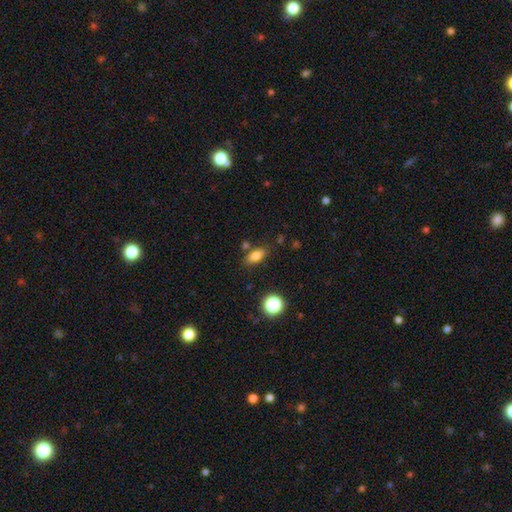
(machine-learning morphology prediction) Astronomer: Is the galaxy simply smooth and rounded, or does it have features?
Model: smooth — 80%.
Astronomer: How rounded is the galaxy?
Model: in between — 80%.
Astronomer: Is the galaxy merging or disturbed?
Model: none — 77%.